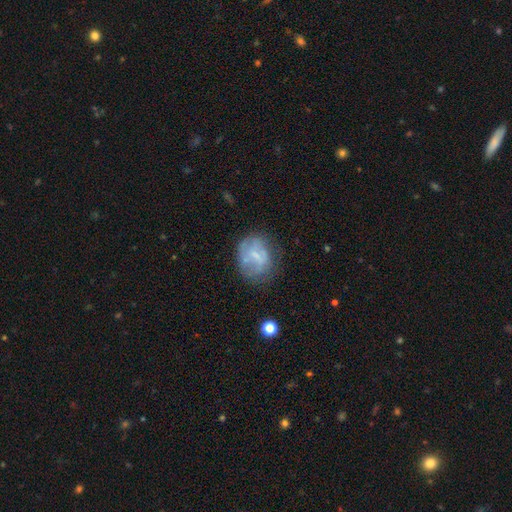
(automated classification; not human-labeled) Smooth or featured? Predicted: smooth (p=0.46). Merging? Predicted: none (p=0.52).